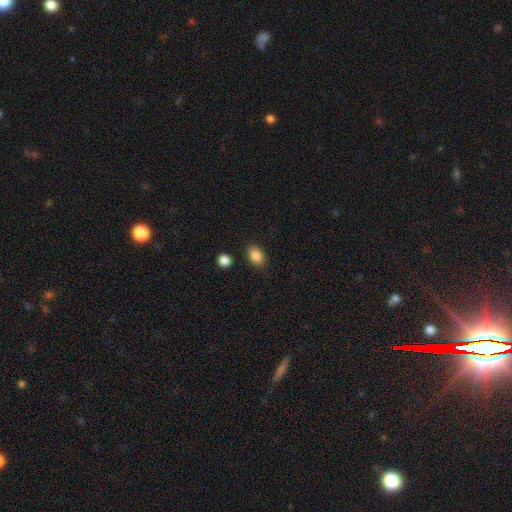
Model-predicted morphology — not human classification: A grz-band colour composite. It shows a smooth galaxy with no disk features (87%) that is in between round and cigar-shaped (79%). Merging: none (86%).